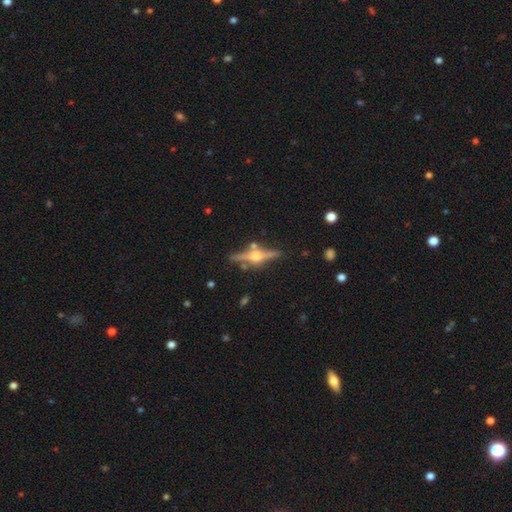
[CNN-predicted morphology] Smooth or featured? featured or disk (81%)
Edge-on disk? yes (97%)
Edge-on bulge? rounded (95%)
Merging? none (83%)